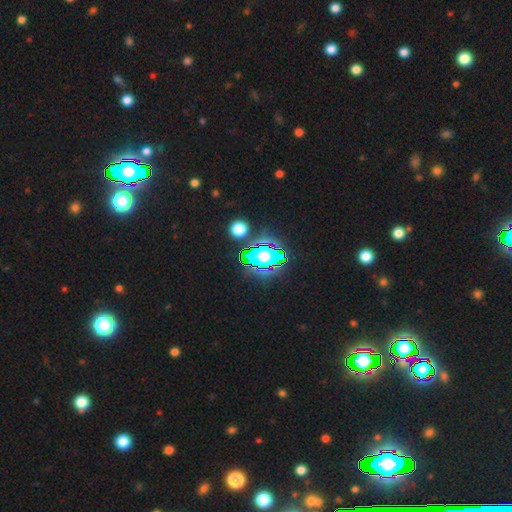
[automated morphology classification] Smooth or featured?
  - star or artifact: 65% *
  - smooth: 22%
  - featured or disk: 13%